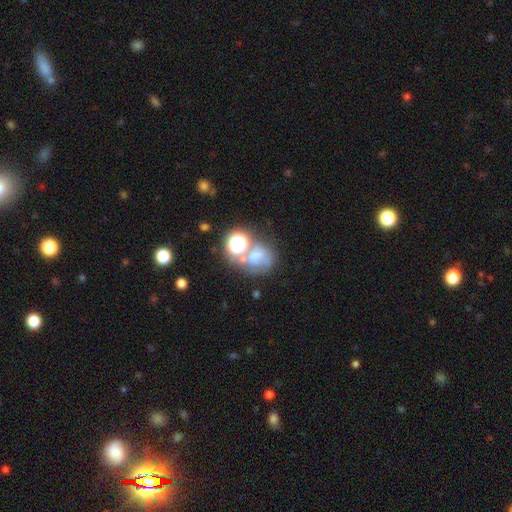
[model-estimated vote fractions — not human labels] A smooth galaxy with no disk features (46%).

Vote fractions:
- Smooth or featured? smooth: 46% / featured or disk: 28% / star or artifact: 26%
- Merging? none: 37% / merger: 31% / major disturbance: 16% / minor disturbance: 16%